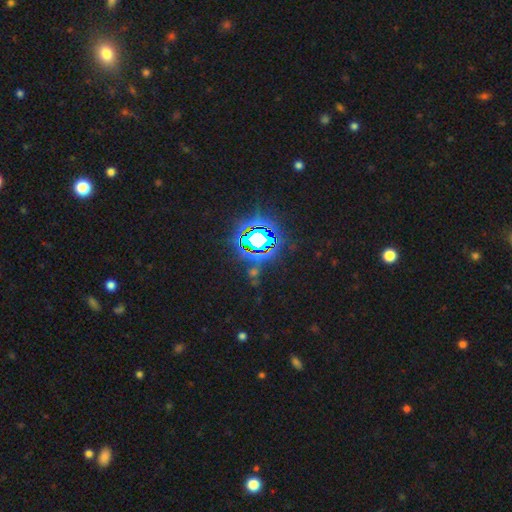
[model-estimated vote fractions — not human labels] A star or artifact, not a galaxy (84%).

Vote fractions:
- Smooth or featured? star or artifact: 84% / smooth: 9% / featured or disk: 6%